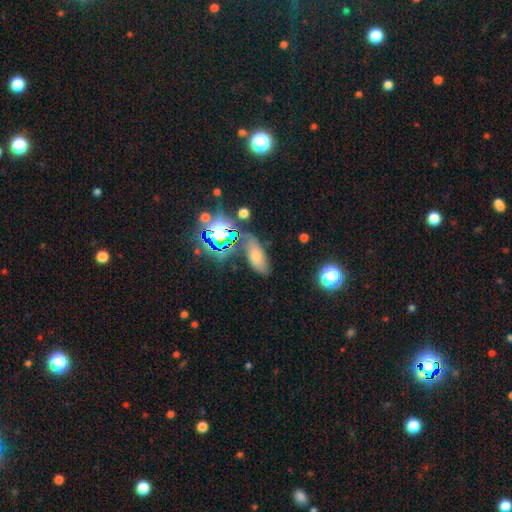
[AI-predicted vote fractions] A smooth galaxy with no disk features (43%). Merging: none (65%).